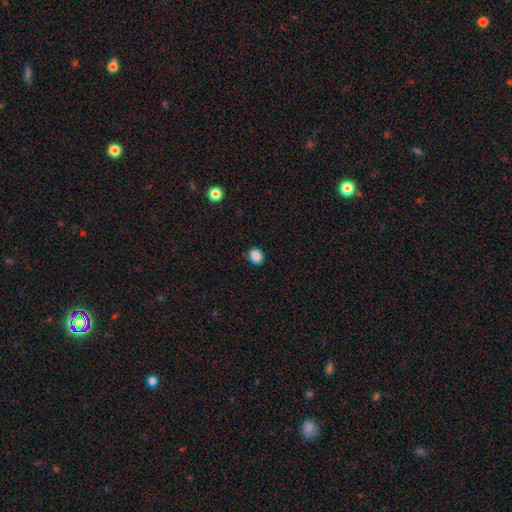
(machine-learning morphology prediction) Smooth or featured: smooth — 87% (star or artifact — 10%)
How rounded: round — 58% (in between — 41%)
Merging: none — 86% (minor disturbance — 11%)